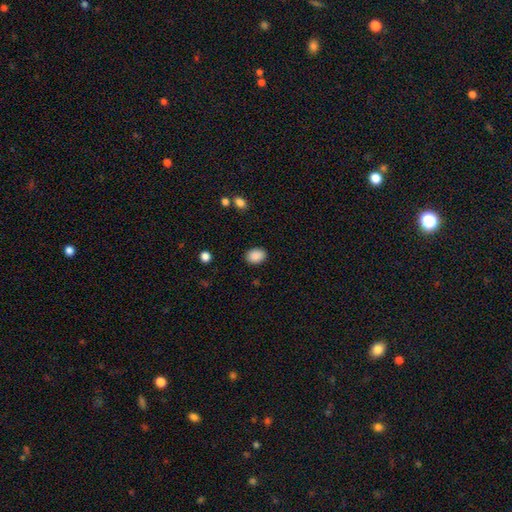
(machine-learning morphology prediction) smooth 89%, star or artifact 8%, featured or disk 3%. Down the decision tree: how rounded — in between (70%); merging — none (88%).